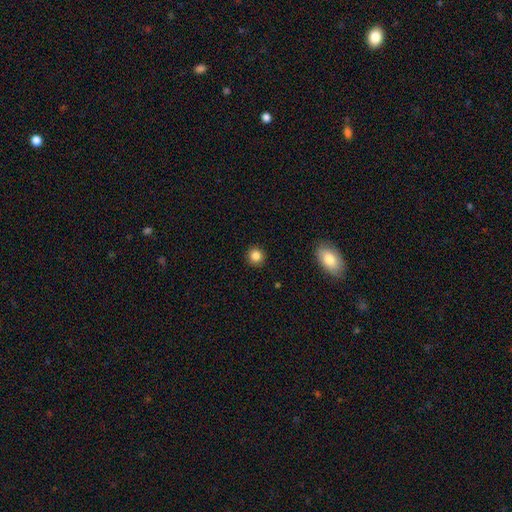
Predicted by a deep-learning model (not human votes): Smooth or featured? Predicted: smooth (p=0.85). How rounded? Predicted: round (p=0.92). Merging? Predicted: none (p=0.92).